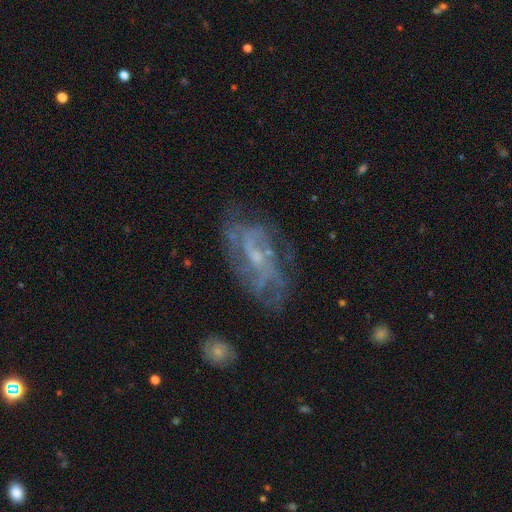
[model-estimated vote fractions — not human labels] smooth_or_featured: featured or disk (p=0.78) [alt: smooth p=0.12]
disk_edge_on: no (p=0.94) [alt: yes p=0.06]
bar: no (p=0.49) [alt: weak p=0.42]
has_spiral_arms: yes (p=0.81) [alt: no p=0.19]
spiral_winding: medium (p=0.43) [alt: tight p=0.32]
spiral_arm_count: can't tell (p=0.42) [alt: 2 p=0.24]
bulge_size: small (p=0.61) [alt: moderate p=0.25]
merging: none (p=0.62) [alt: minor disturbance p=0.20]